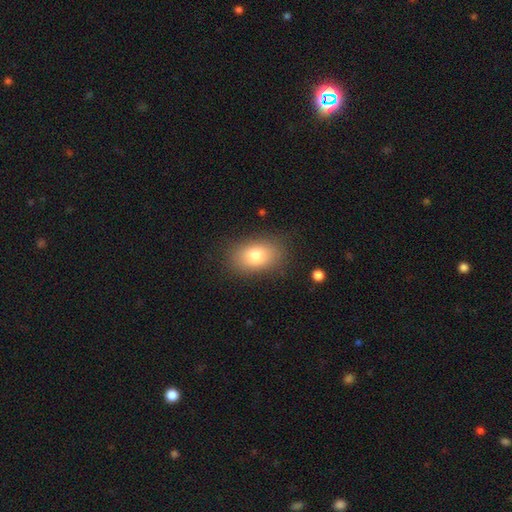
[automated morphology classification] A smooth galaxy with no disk features (79%) that is in between round and cigar-shaped (85%). Merging: none (83%).